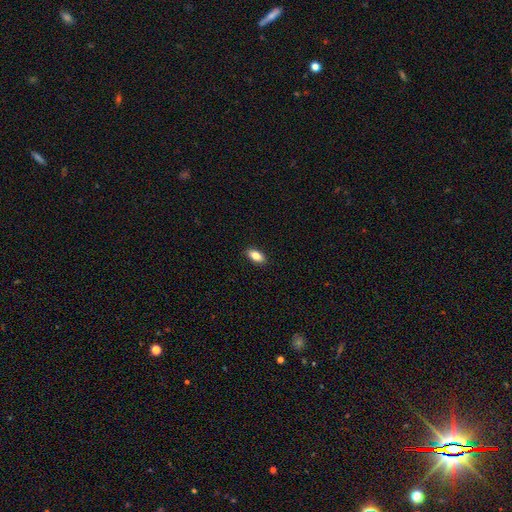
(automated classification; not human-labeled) This is clearly a smooth galaxy (81%). How rounded: clearly in between (89%). Merging: clearly none (90%).